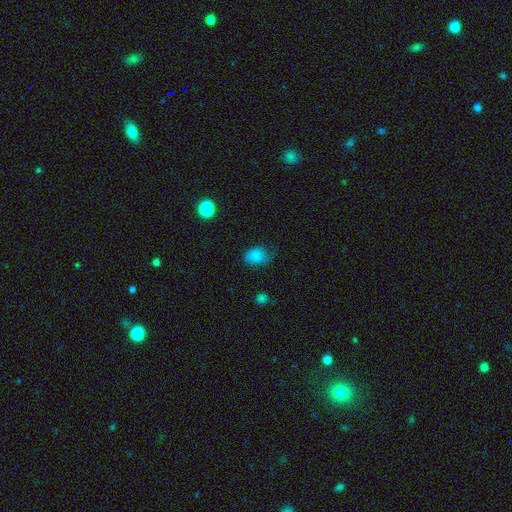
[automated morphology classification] A smooth galaxy with no disk features (78%) that is in between round and cigar-shaped (67%).

Vote fractions:
- Smooth or featured? smooth: 78% / featured or disk: 13% / star or artifact: 10%
- How rounded? in between: 67% / round: 31% / cigar-shaped: 1%
- Merging? none: 60% / minor disturbance: 29% / major disturbance: 9% / merger: 2%